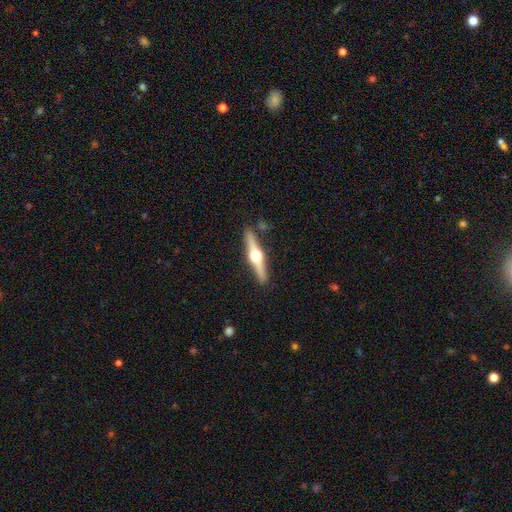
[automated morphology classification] Overall: featured or disk (77%). Edge-on disk: yes (98%). Edge-on bulge: rounded (97%). Merging: none (89%).